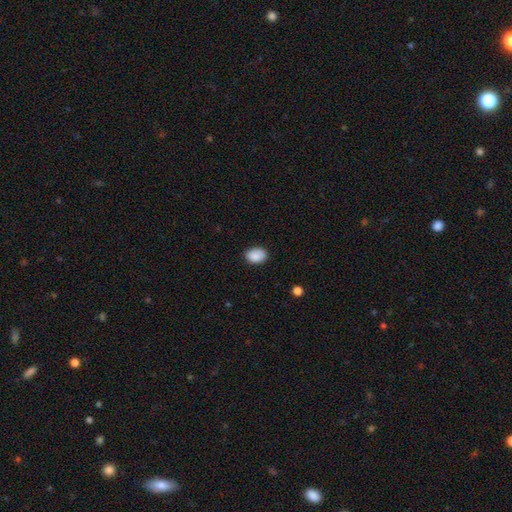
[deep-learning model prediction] Q: Smooth or featured?
A: smooth (89%); runner-up: star or artifact (7%)
Q: How rounded?
A: in between (79%); runner-up: round (20%)
Q: Merging?
A: none (85%); runner-up: minor disturbance (11%)